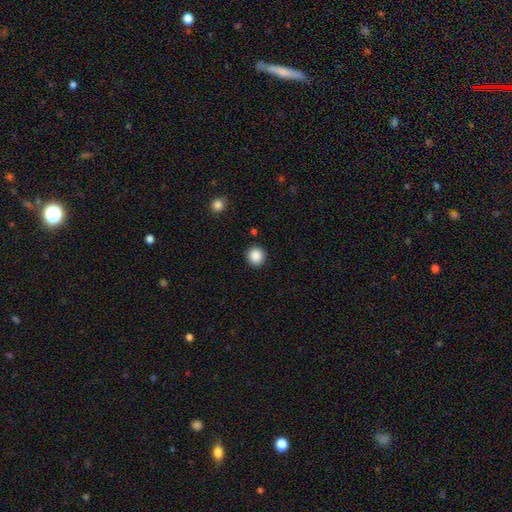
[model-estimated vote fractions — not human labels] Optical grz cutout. It shows a smooth galaxy with no disk features (88%) that is round (92%). Merging: none (91%).